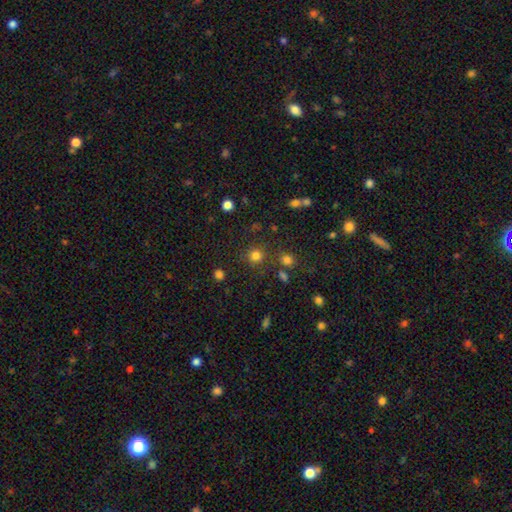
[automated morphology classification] This appears to be a smooth galaxy with no disk features (77%) that is round (91%). Merging: none (82%).